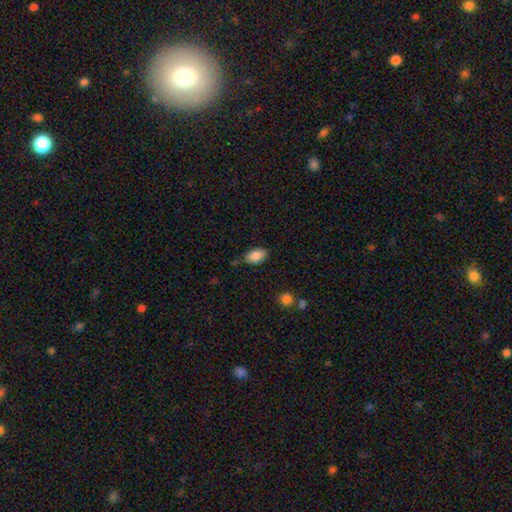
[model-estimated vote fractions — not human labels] Morphology: type=smooth (87%); roundness=in between (91%); merging=none (80%).